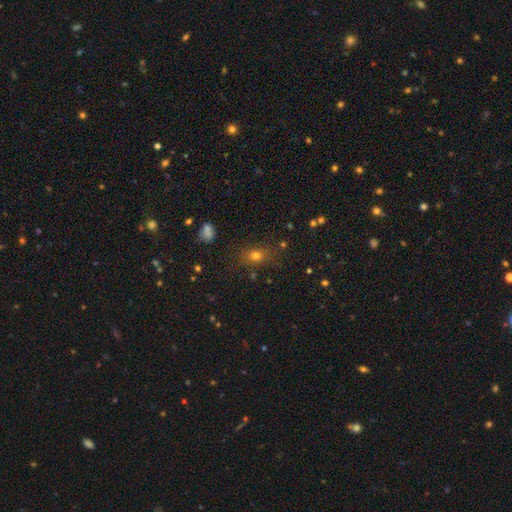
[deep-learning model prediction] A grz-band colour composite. It shows a smooth galaxy with no disk features (70%) that is in between round and cigar-shaped (61%). Merging: none (79%).